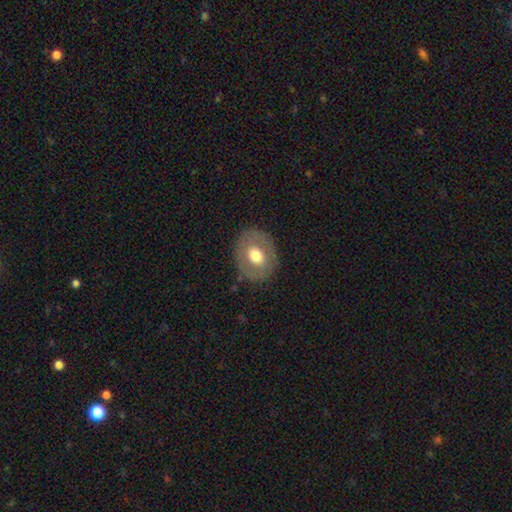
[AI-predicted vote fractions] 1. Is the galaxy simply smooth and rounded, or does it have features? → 58% smooth, 34% featured or disk, 7% star or artifact.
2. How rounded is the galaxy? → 53% round, 46% in between, 1% cigar-shaped.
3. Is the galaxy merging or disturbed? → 83% none, 11% minor disturbance, 5% major disturbance, 1% merger.